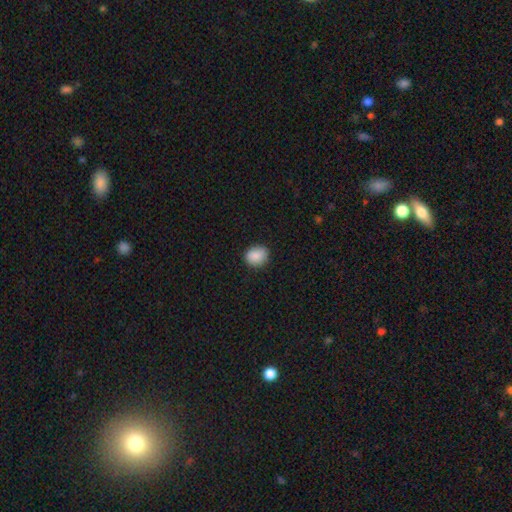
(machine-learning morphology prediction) This is clearly a smooth galaxy (88%). How rounded: likely round (62%). Merging: clearly none (86%).